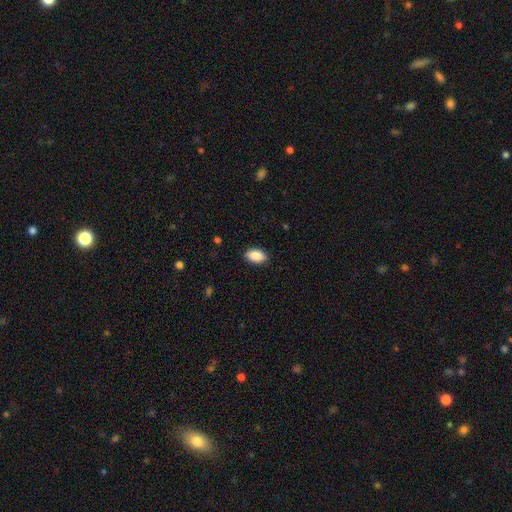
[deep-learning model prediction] Smooth or featured? Predicted: smooth (p=0.88). How rounded? Predicted: in between (p=0.93). Merging? Predicted: none (p=0.88).